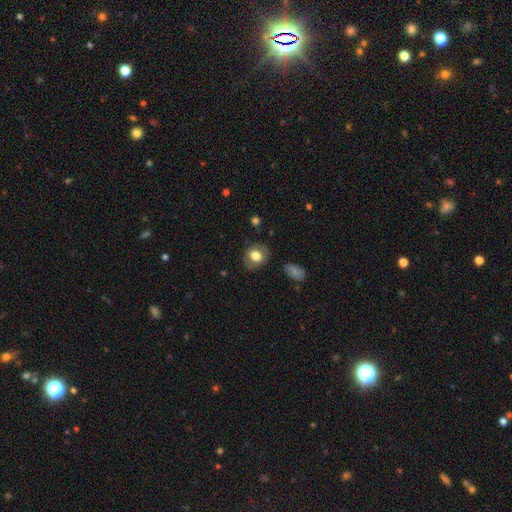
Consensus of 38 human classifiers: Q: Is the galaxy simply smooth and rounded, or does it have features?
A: smooth — 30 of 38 (79%).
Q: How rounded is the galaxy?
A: round — 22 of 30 (73%).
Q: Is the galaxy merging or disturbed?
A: none — 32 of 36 (89%).